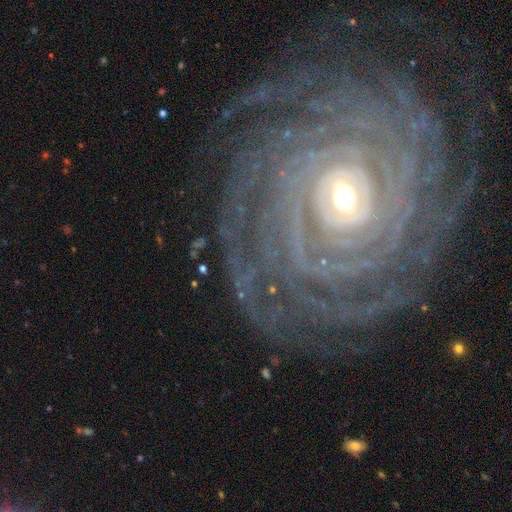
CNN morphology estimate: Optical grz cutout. It shows a featured or disk galaxy (90%) with no bar (47%), more than 4 (37%) tight (88%) spiral arms (97%) and a moderate central bulge (54%). Merging: none (78%).